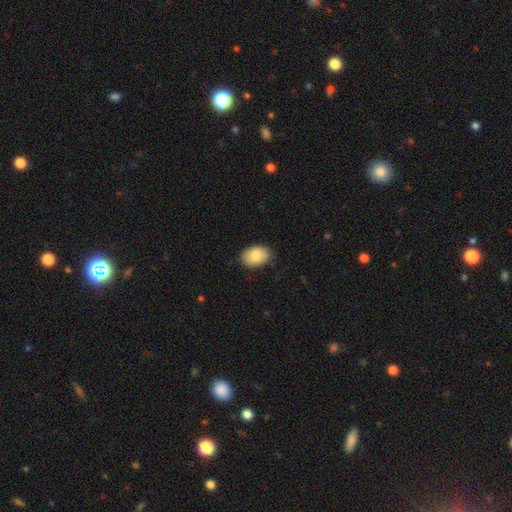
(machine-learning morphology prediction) A smooth galaxy with no disk features (85%) that is in between round and cigar-shaped (87%). Merging: none (84%).